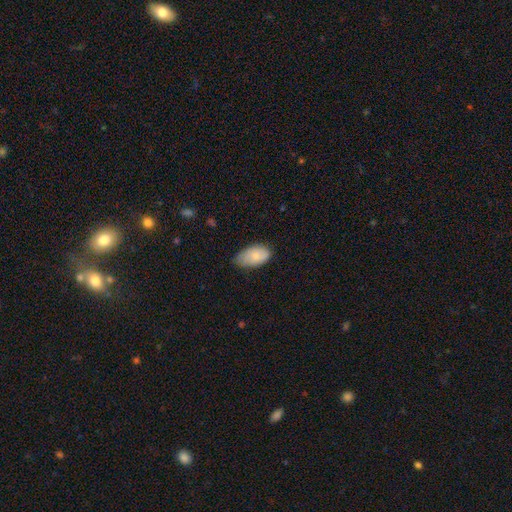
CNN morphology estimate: A smooth galaxy with no disk features (79%) that is in between round and cigar-shaped (94%). Merging: none (59%).